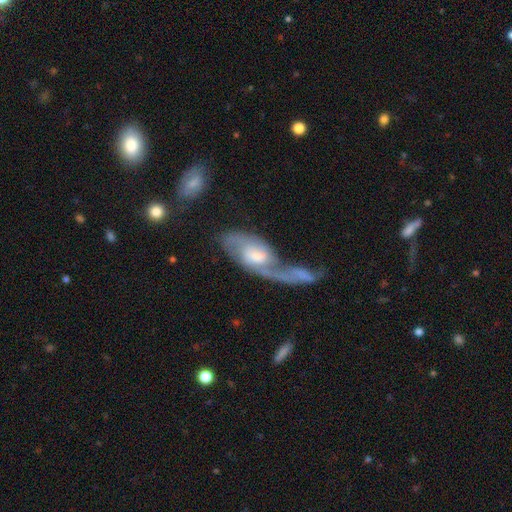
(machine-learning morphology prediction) Smooth or featured: featured or disk — 74% (smooth — 20%)
Edge-on disk: no — 93% (yes — 7%)
Bar: no — 49% (weak — 41%)
Spiral arms: yes — 88% (no — 12%)
Spiral winding: loose — 51% (medium — 34%)
Spiral arm count: 2 — 66% (1 — 20%)
Bulge size: moderate — 44% (large — 25%)
Merging: merger — 34% (major disturbance — 30%)